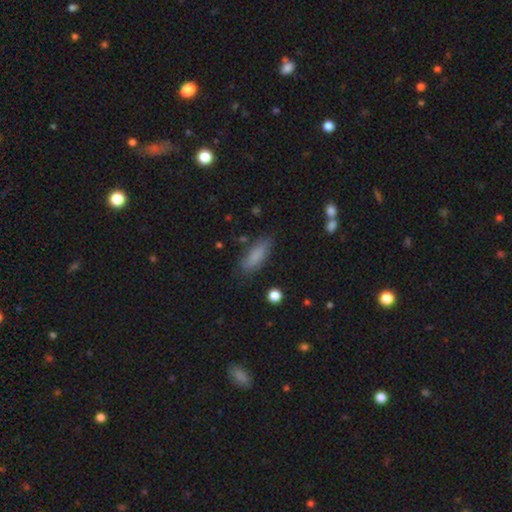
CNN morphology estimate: Overall: smooth (83%). How rounded: in between (54%; cigar-shaped 44%). Merging: none (78%).